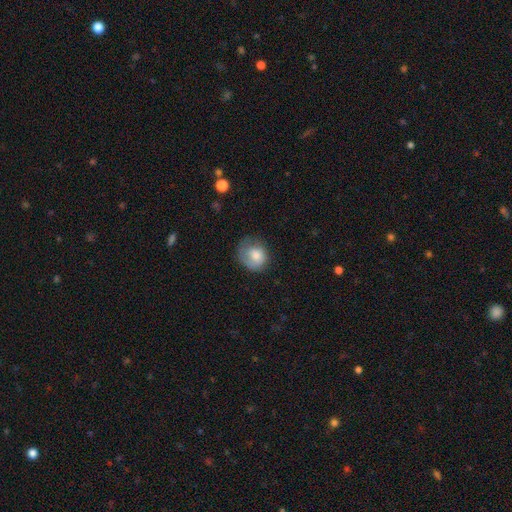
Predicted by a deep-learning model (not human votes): smooth-or-featured: smooth: 72% | featured or disk: 20% | star or artifact: 7%
  how-rounded: round: 64% | in between: 35% | cigar-shaped: 1%
  merging: none: 51% | minor disturbance: 28% | major disturbance: 19% | merger: 2%